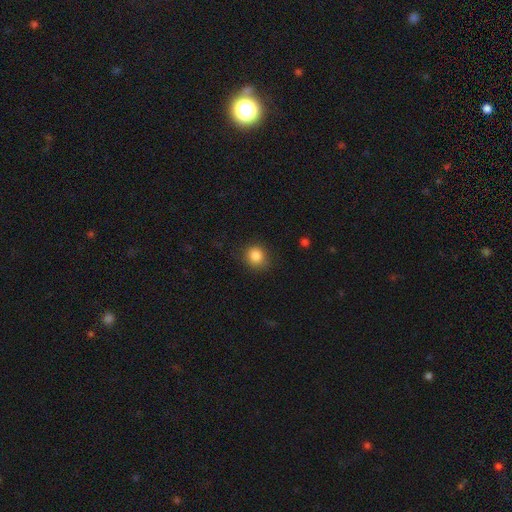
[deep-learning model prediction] This appears to be a smooth galaxy with no disk features (85%) that is round (80%). Merging: none (81%).